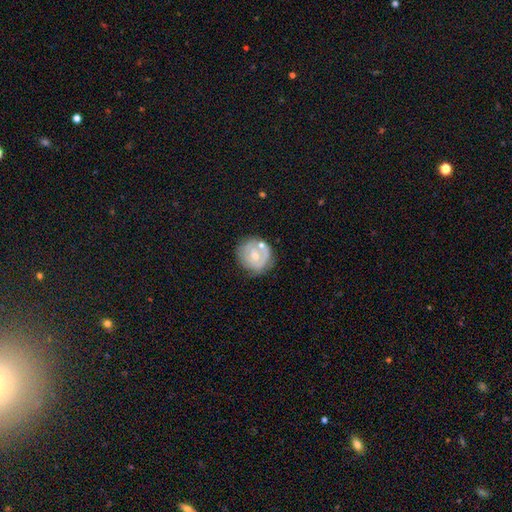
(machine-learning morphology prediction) The model was most divided on "spiral arms": yes: 51%, no: 49%. More confident: edge-on disk — no (97%); bar — no (65%); merging — none (62%); smooth or featured — featured or disk (53%); bulge size — moderate (52%).